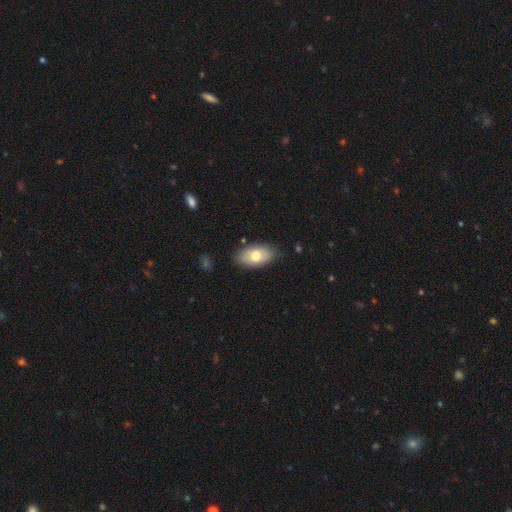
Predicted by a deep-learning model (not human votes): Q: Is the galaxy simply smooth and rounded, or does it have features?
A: smooth — 72%.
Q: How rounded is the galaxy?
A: in between — 93%.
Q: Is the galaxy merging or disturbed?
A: none — 83%.